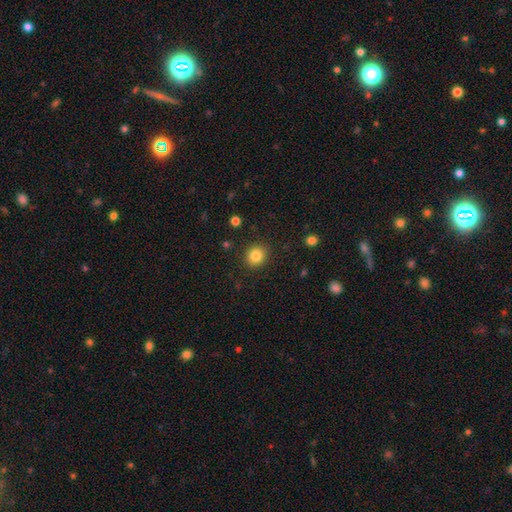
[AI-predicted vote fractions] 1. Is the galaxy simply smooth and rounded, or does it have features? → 84% smooth, 11% star or artifact, 6% featured or disk.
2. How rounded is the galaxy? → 78% round, 21% in between, 1% cigar-shaped.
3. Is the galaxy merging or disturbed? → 89% none, 7% minor disturbance, 2% major disturbance, 1% merger.